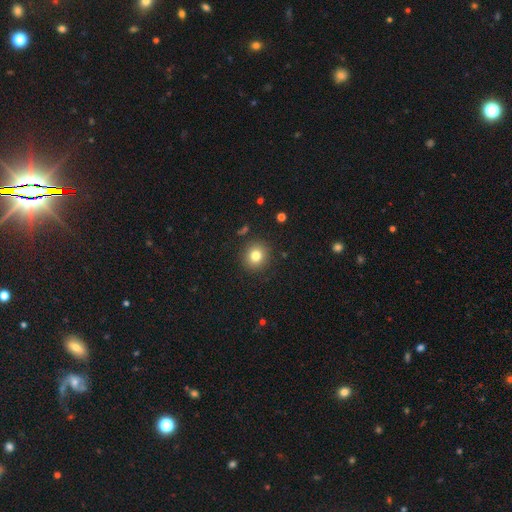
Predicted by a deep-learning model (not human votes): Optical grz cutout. It shows a smooth galaxy with no disk features (80%) that is round (89%). Merging: none (89%).